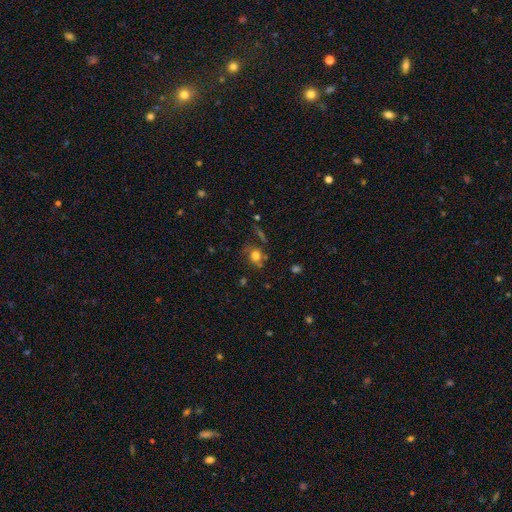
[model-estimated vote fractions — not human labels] smooth 73%, star or artifact 16%, featured or disk 11%. Down the decision tree: how rounded — round (76%); merging — none (62%).